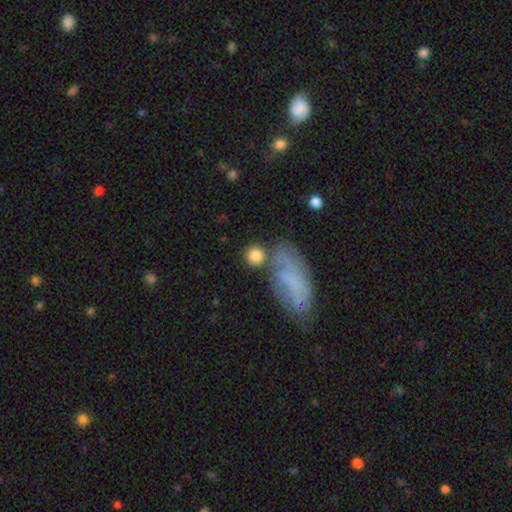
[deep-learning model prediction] Smooth or featured: smooth — 82% (featured or disk — 10%)
How rounded: round — 87% (in between — 11%)
Merging: none — 63% (merger — 18%)